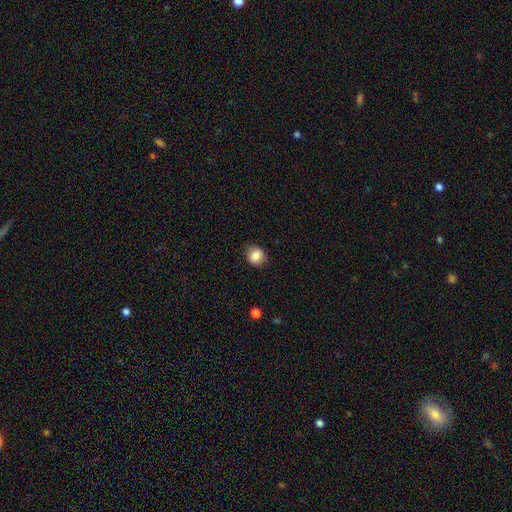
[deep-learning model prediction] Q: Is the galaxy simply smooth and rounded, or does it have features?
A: smooth — 85%.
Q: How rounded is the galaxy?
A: round — 76%.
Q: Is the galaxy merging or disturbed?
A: none — 83%.